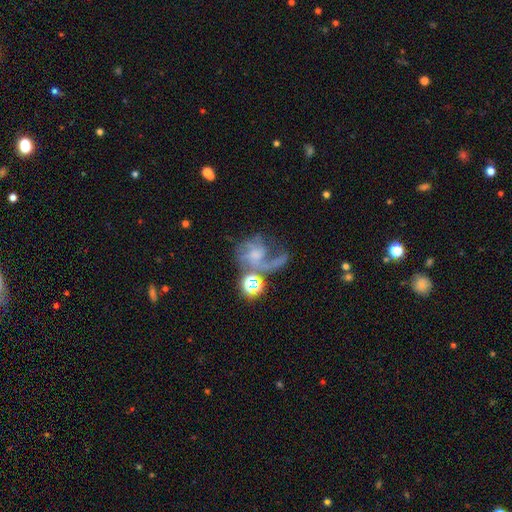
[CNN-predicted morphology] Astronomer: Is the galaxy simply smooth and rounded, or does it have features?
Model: featured or disk — 70%.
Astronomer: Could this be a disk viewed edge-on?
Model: no — 98%.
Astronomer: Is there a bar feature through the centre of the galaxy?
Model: no — 64%.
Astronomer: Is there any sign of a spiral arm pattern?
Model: yes — 88%.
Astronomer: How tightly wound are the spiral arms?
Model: loose — 53% (runner-up: medium, 35%).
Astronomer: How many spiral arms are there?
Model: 1 — 40% (runner-up: 2, 24%).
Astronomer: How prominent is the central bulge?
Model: small — 36% (runner-up: none, 30%).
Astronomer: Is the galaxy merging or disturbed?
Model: major disturbance — 41% (runner-up: none, 29%).